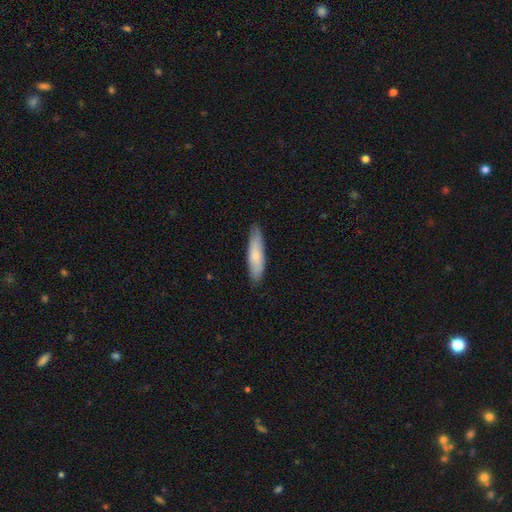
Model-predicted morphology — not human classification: Smooth or featured? Predicted: smooth (p=0.77). How rounded? Predicted: cigar-shaped (p=0.72). Merging? Predicted: none (p=0.86).